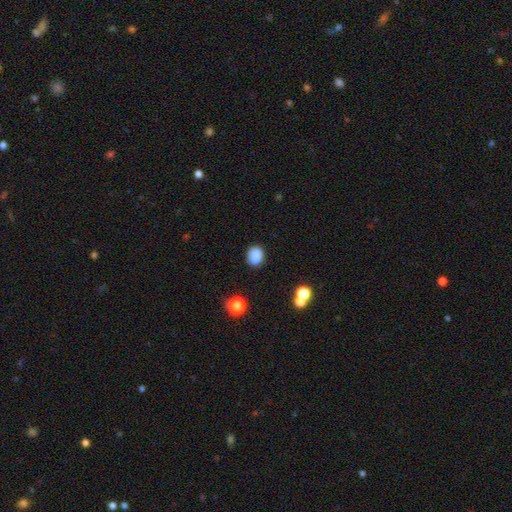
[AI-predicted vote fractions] Smooth or featured? smooth (84%)
How rounded? round (55%)
Merging? none (82%)